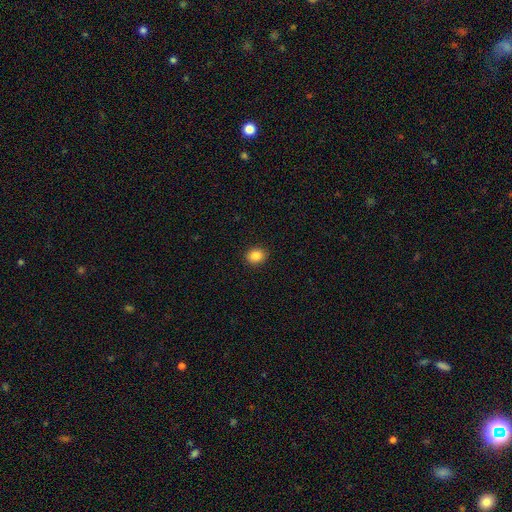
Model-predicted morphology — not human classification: Overall: smooth (86%). How rounded: round (67%; in between 32%). Merging: none (91%).